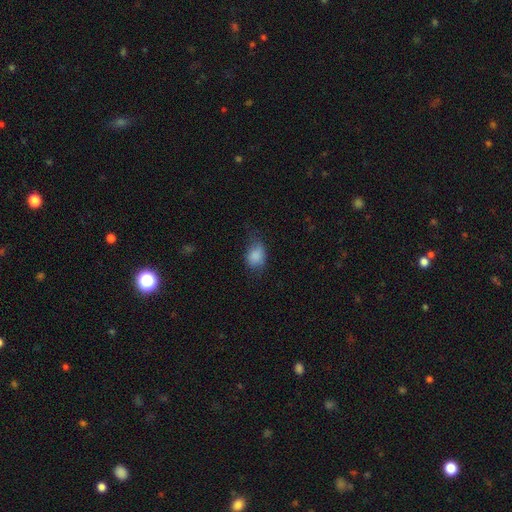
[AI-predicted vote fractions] A smooth galaxy with no disk features (83%) that is in between round and cigar-shaped (73%). Merging: none (43%).